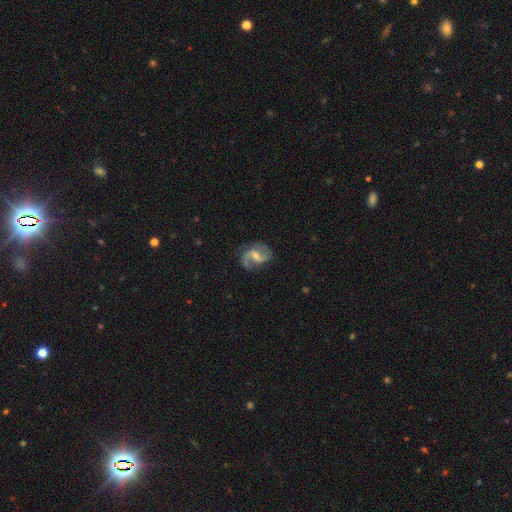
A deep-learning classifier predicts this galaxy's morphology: Smooth or featured? featured or disk (87%)
Edge-on disk? no (98%)
Bar? weak (53%)
Spiral arms? yes (97%)
Spiral winding? loose (45%)
Spiral arm count? 2 (91%)
Bulge size? moderate (49%)
Merging? none (75%)